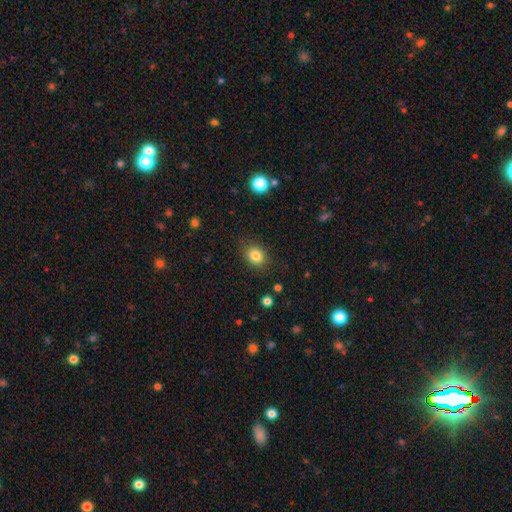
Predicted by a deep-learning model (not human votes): Q: Smooth or featured?
A: smooth (83%); runner-up: star or artifact (11%)
Q: How rounded?
A: round (53%); runner-up: in between (46%)
Q: Merging?
A: none (84%); runner-up: minor disturbance (11%)